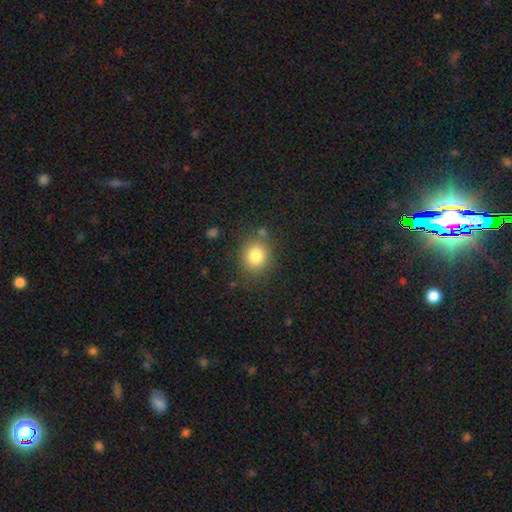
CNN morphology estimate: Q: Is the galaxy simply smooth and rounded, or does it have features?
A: smooth — 82%.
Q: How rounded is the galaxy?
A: round — 76%.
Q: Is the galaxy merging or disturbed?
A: none — 80%.